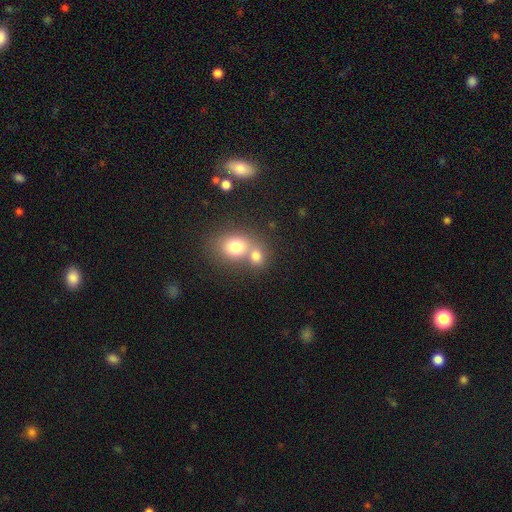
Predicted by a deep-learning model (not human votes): Morphology: type=smooth (76%); roundness=round (65%); merging=merger (55%).